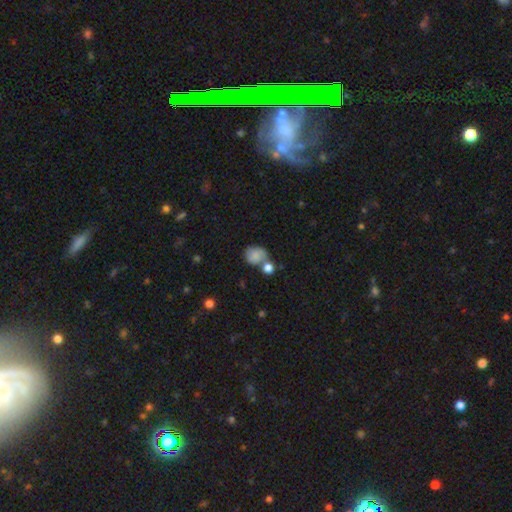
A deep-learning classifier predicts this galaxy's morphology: type=smooth (80%); roundness=round (69%); merging=none (44%).